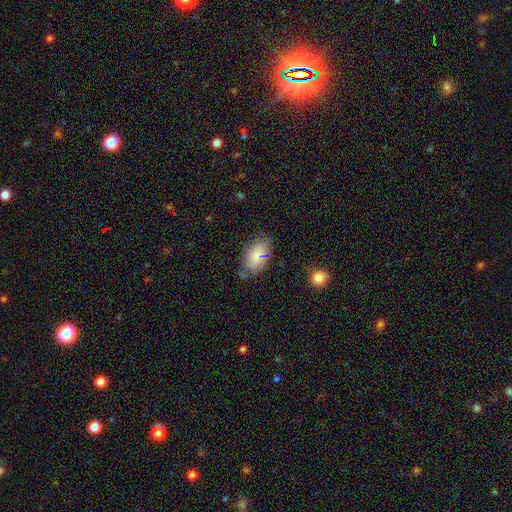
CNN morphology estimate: Smooth or featured?
  - smooth: 78% *
  - featured or disk: 13%
  - star or artifact: 9%
How rounded?
  - in between: 93% *
  - round: 5%
  - cigar-shaped: 2%
Merging?
  - none: 68% *
  - minor disturbance: 22%
  - major disturbance: 7%
  - merger: 3%